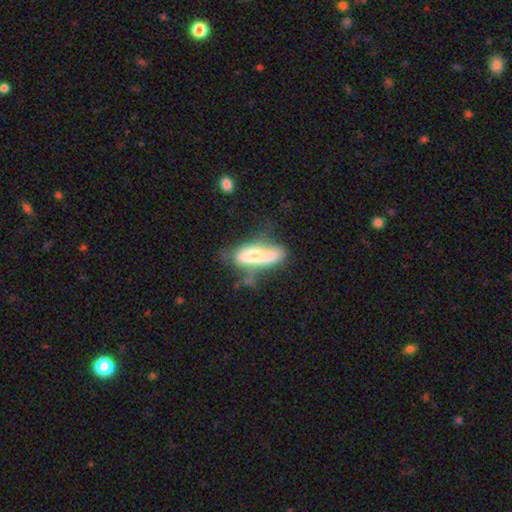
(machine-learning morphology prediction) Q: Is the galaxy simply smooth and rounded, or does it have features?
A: smooth — 55%.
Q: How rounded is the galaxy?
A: in between — 54%.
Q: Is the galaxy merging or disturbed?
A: major disturbance — 29%.